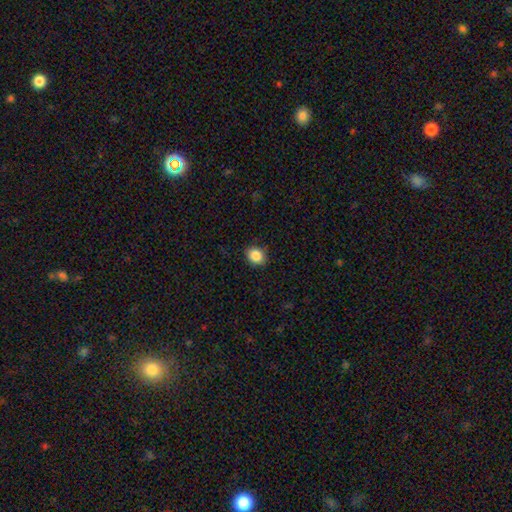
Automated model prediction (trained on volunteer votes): Q: Smooth or featured?
A: smooth (87%); runner-up: star or artifact (9%)
Q: How rounded?
A: round (58%); runner-up: in between (41%)
Q: Merging?
A: none (87%); runner-up: minor disturbance (10%)